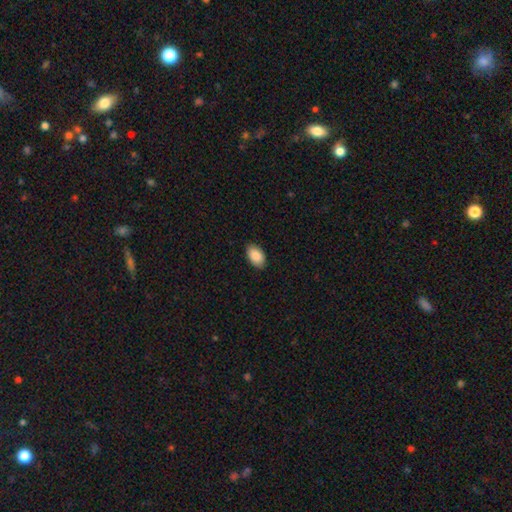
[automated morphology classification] A smooth galaxy with no disk features (89%) that is in between round and cigar-shaped (94%).

Vote fractions:
- Smooth or featured? smooth: 89% / star or artifact: 6% / featured or disk: 5%
- How rounded? in between: 94% / round: 5% / cigar-shaped: 1%
- Merging? none: 87% / minor disturbance: 10% / major disturbance: 2% / merger: 1%